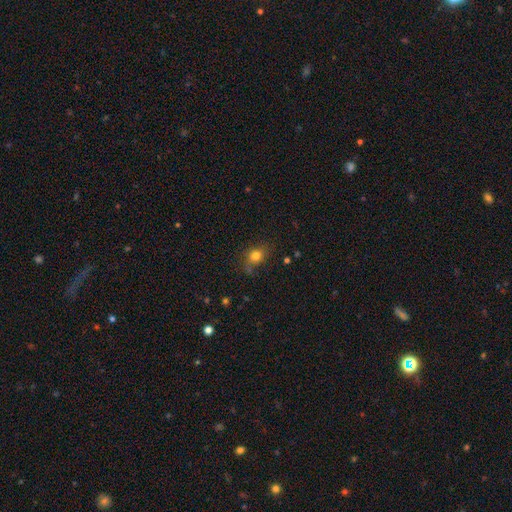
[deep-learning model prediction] smooth 78%, star or artifact 13%, featured or disk 8%. Down the decision tree: how rounded — round (59%); merging — none (72%).